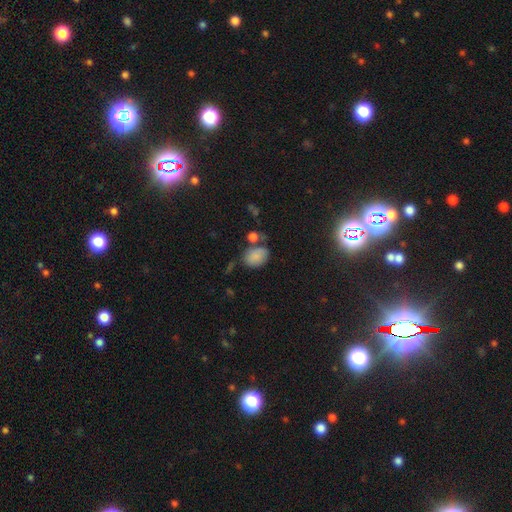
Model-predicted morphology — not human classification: This is clearly a smooth galaxy (81%). How rounded: likely in between (71%). Merging: possibly none (53%).